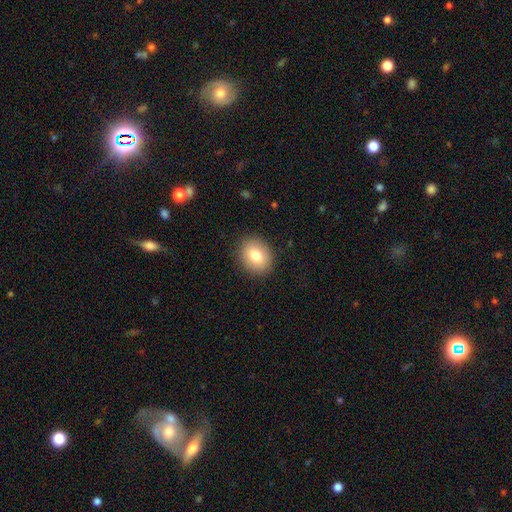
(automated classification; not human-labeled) This appears to be a smooth galaxy with no disk features (79%) that is round (52%). Merging: none (89%).